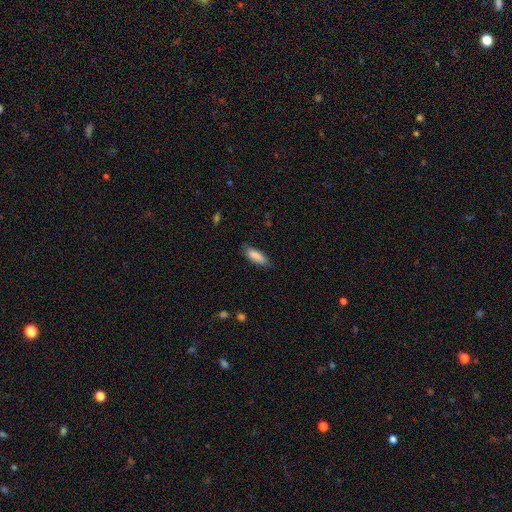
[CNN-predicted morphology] The model was most divided on "how rounded": in between: 63%, cigar-shaped: 36%, round: 2%. More confident: smooth or featured — smooth (87%); merging — none (79%).